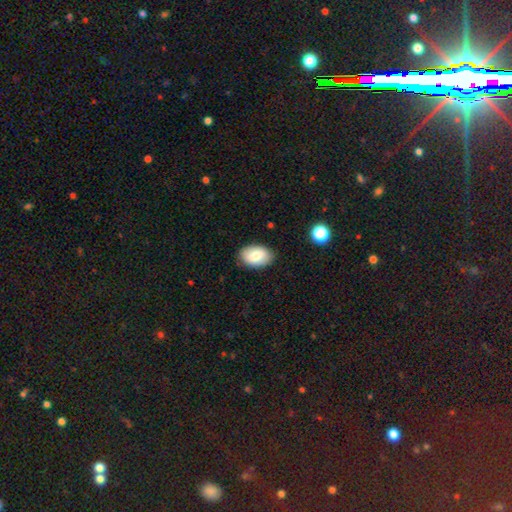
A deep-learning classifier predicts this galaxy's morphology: Q: Smooth or featured?
A: smooth (80%); runner-up: featured or disk (13%)
Q: How rounded?
A: in between (90%); runner-up: round (9%)
Q: Merging?
A: none (86%); runner-up: minor disturbance (11%)